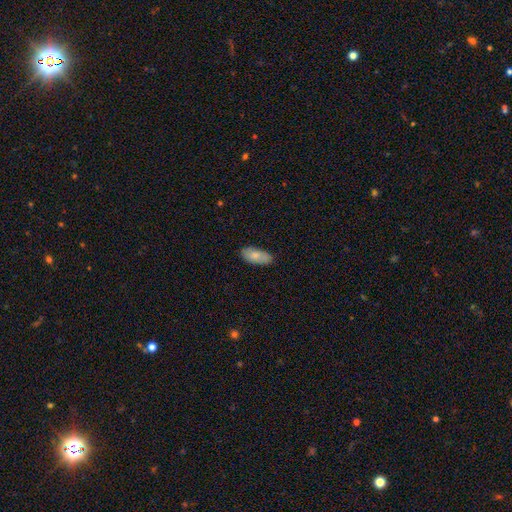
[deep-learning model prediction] This is likely a smooth galaxy (79%). How rounded: clearly in between (89%). Merging: clearly none (81%).